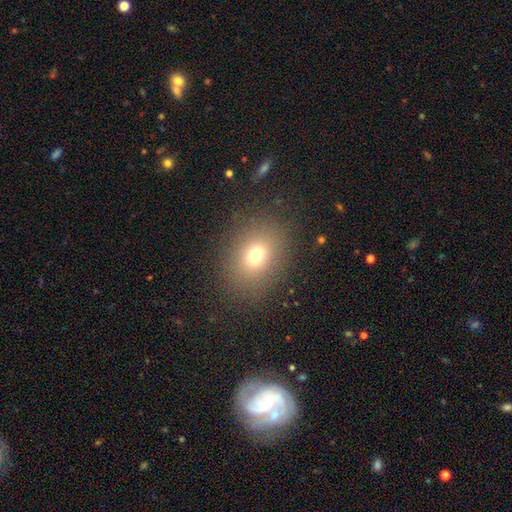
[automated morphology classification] Overall: smooth (72%). How rounded: in between (52%; round 47%). Merging: none (85%).